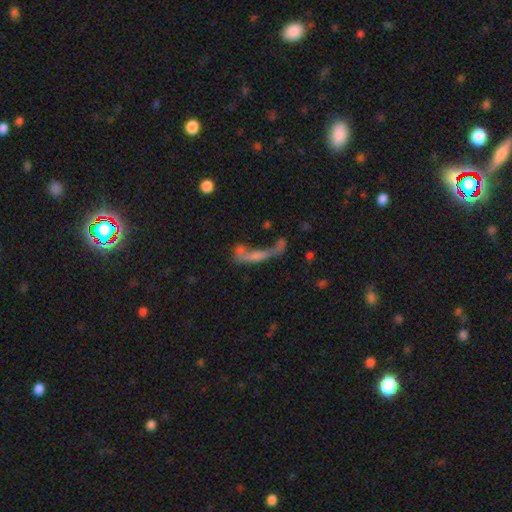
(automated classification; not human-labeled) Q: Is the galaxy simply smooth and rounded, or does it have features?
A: smooth — 41%, tied with featured or disk.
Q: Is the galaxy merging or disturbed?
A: merger — 38%.